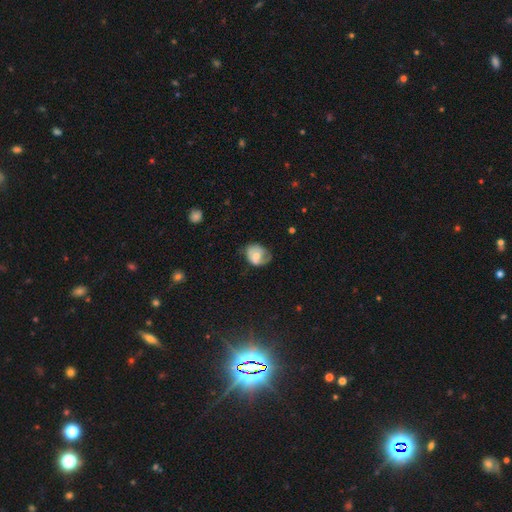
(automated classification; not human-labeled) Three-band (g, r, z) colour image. It shows a smooth galaxy with no disk features (52%) that is in between round and cigar-shaped (51%). Merging: none (43%).